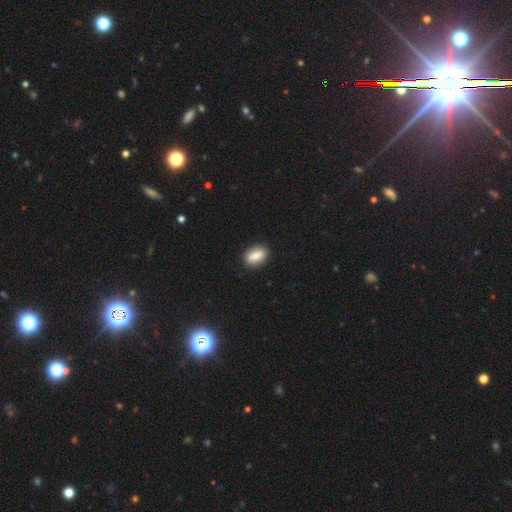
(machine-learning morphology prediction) Smooth or featured?
  - smooth: 85% *
  - featured or disk: 8%
  - star or artifact: 7%
How rounded?
  - in between: 86% *
  - round: 11%
  - cigar-shaped: 3%
Merging?
  - none: 89% *
  - minor disturbance: 8%
  - major disturbance: 2%
  - merger: 1%